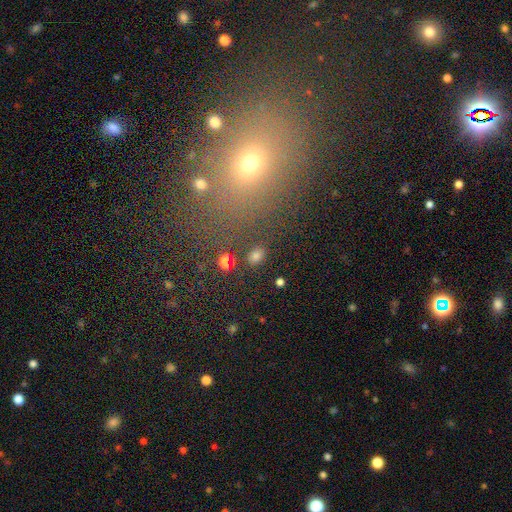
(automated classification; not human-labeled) A smooth galaxy with no disk features (75%) that is in between round and cigar-shaped (72%).

Vote fractions:
- Smooth or featured? smooth: 75% / star or artifact: 18% / featured or disk: 7%
- How rounded? in between: 72% / round: 26% / cigar-shaped: 2%
- Merging? none: 86% / minor disturbance: 8% / major disturbance: 3% / merger: 3%